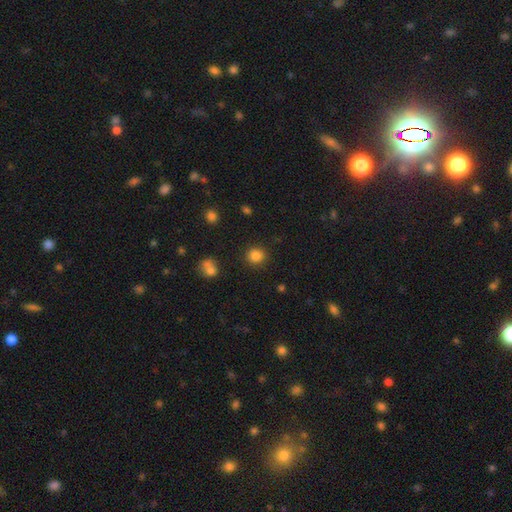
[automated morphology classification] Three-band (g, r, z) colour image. It shows a smooth galaxy with no disk features (84%) that is round (88%). Merging: none (86%).